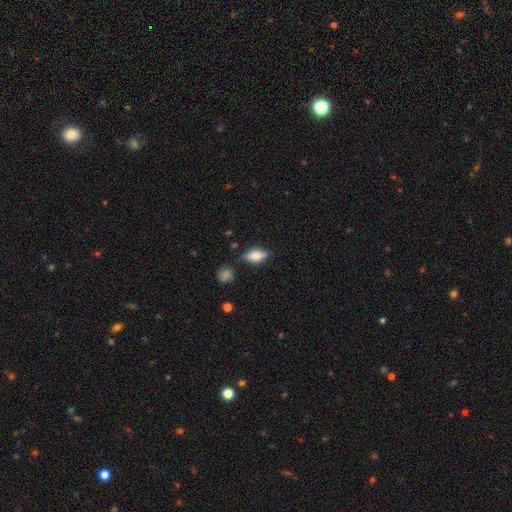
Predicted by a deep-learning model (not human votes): This is possibly a smooth galaxy (48%). Merging: likely none (74%).